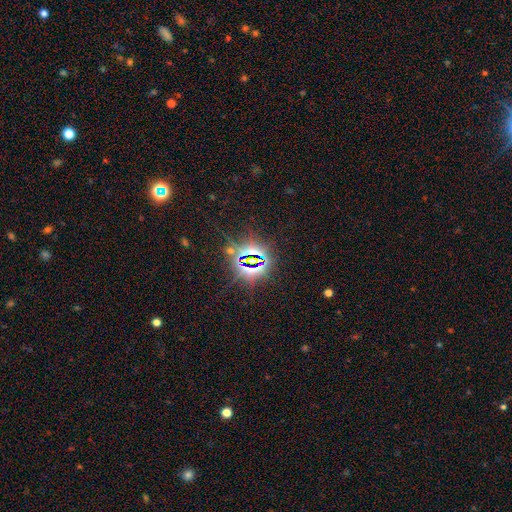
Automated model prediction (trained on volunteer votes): smooth-or-featured: star or artifact: 81% | smooth: 11% | featured or disk: 8%